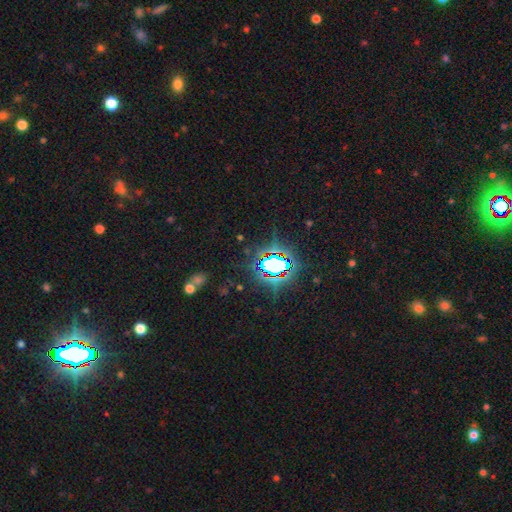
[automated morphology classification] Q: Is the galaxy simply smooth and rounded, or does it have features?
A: star or artifact — 80%.